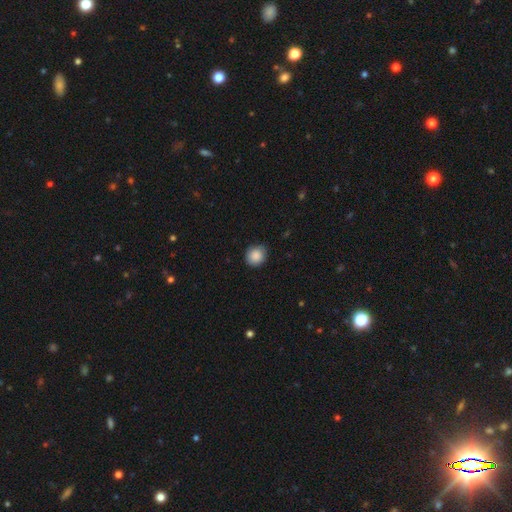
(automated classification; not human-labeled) smooth_or_featured: smooth (p=0.88) [alt: star or artifact p=0.08]
how_rounded: round (p=0.80) [alt: in between p=0.19]
merging: none (p=0.83) [alt: minor disturbance p=0.14]